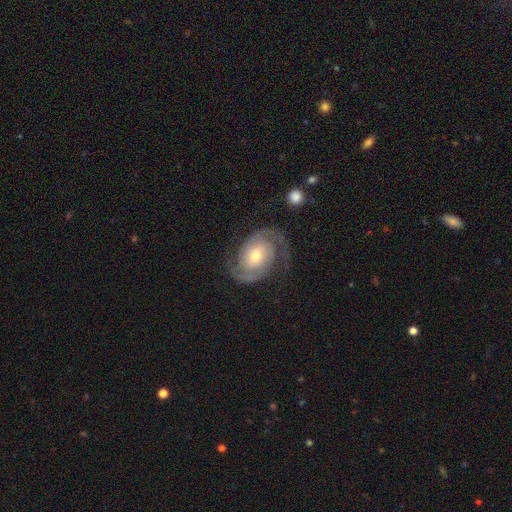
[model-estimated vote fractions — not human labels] The model was most divided on "spiral winding": tight: 47%, medium: 43%, loose: 10%. More confident: spiral arms — yes (98%); edge-on disk — no (98%); spiral arm count — 2 (92%); smooth or featured — featured or disk (91%); merging — none (79%); bar — no (63%); bulge size — moderate (60%).